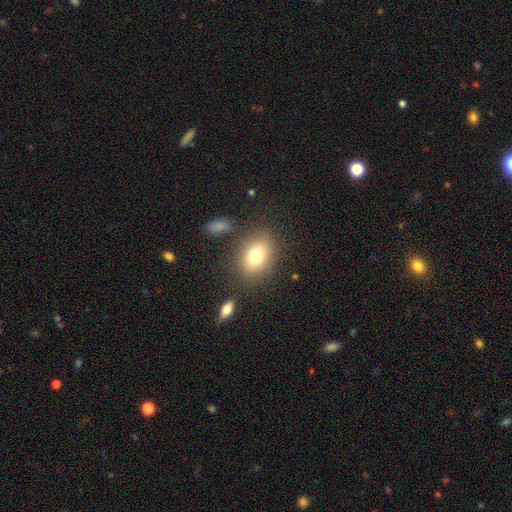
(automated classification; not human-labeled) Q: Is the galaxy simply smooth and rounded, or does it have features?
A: smooth — 77%.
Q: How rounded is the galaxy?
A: in between — 67%.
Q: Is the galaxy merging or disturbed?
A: none — 79%.